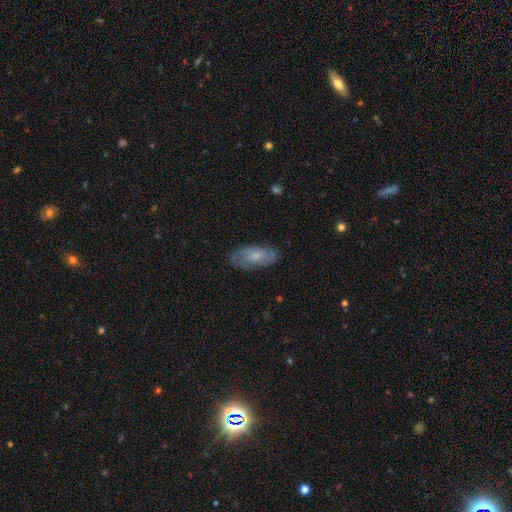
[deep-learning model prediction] This appears to be a smooth galaxy with no disk features (53%) that is in between round and cigar-shaped (87%). Merging: none (76%).